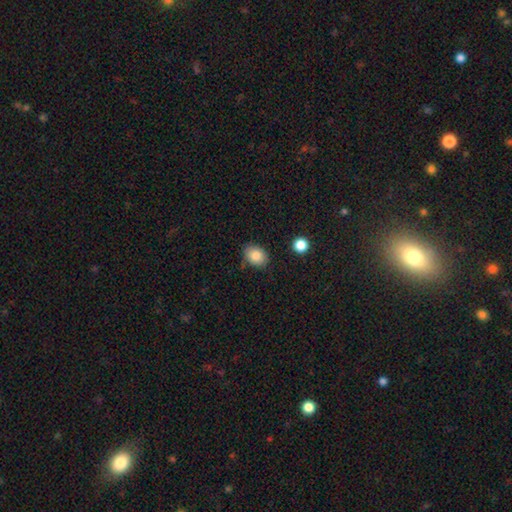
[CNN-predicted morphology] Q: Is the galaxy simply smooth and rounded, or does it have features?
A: smooth — 85%.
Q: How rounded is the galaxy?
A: in between — 63%.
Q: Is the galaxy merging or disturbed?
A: none — 78%.